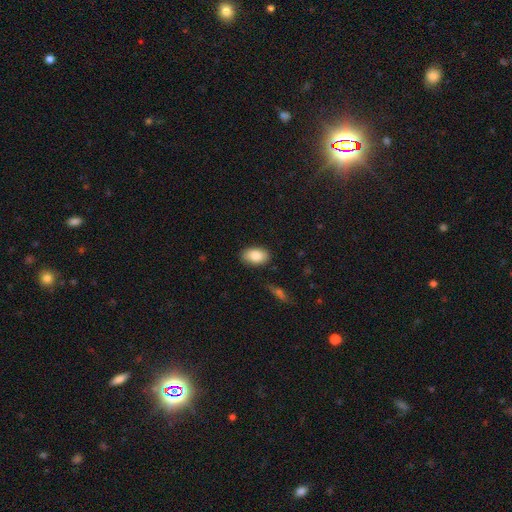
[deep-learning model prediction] This is clearly a smooth galaxy (87%). How rounded: clearly in between (91%). Merging: clearly none (86%).